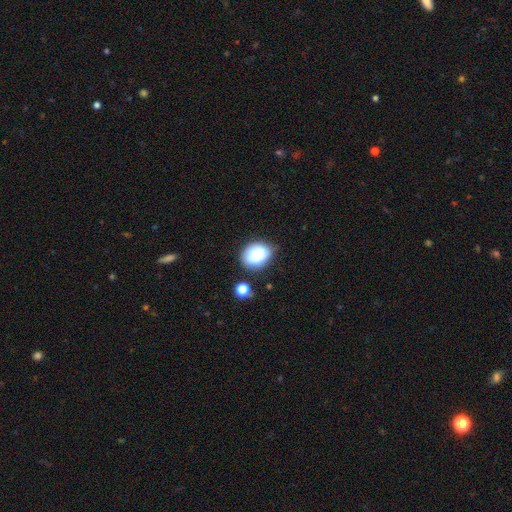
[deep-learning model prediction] Overall: smooth (83%). How rounded: in between (59%; round 40%). Merging: none (64%; minor disturbance 24%).